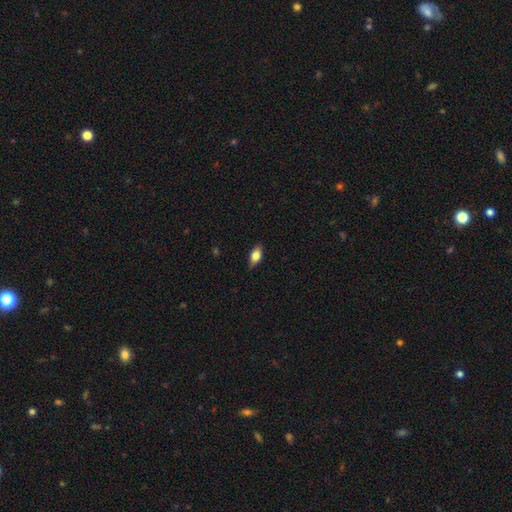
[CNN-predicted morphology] Smooth or featured?
  - smooth: 73% *
  - featured or disk: 19%
  - star or artifact: 8%
How rounded?
  - in between: 85% *
  - cigar-shaped: 9%
  - round: 6%
Merging?
  - none: 81% *
  - minor disturbance: 16%
  - major disturbance: 3%
  - merger: 1%